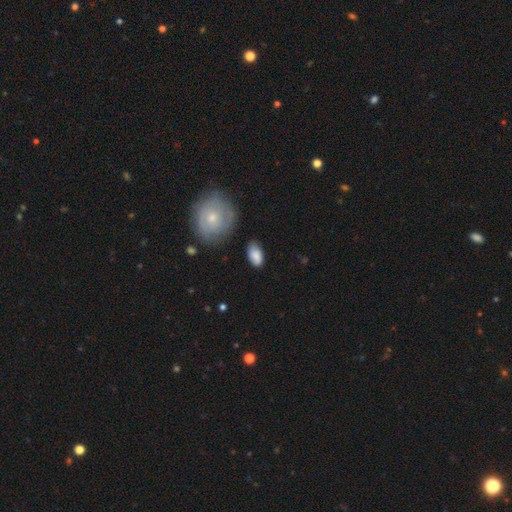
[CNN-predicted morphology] smooth 81%, featured or disk 12%, star or artifact 7%. Down the decision tree: how rounded — in between (91%); merging — none (72%).